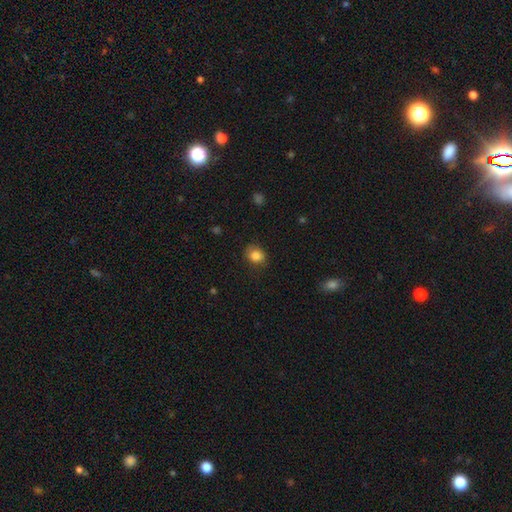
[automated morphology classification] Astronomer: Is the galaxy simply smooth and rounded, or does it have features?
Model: smooth — 85%.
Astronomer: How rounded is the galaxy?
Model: round — 60% (runner-up: in between, 39%).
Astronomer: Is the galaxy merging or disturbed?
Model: none — 74%.